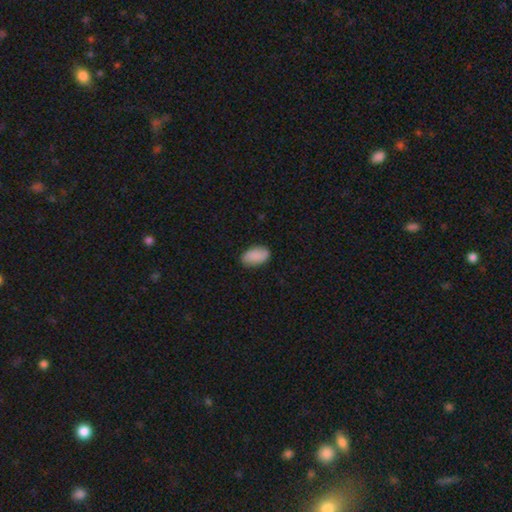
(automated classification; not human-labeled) Smooth or featured? smooth (88%)
How rounded? in between (94%)
Merging? none (85%)